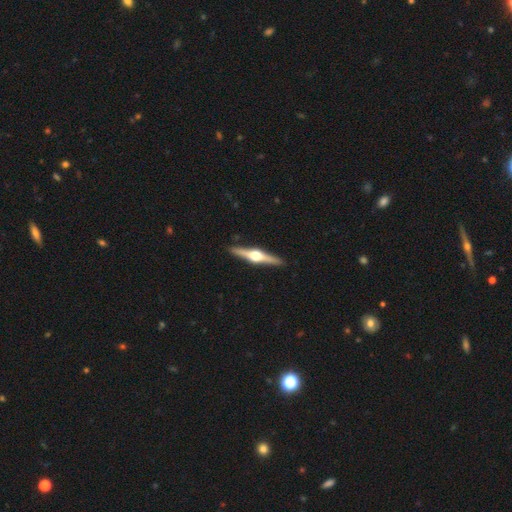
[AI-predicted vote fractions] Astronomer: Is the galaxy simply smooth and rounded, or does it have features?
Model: featured or disk — 81%.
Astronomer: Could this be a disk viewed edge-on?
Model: yes — 98%.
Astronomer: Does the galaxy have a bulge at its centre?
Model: rounded — 96%.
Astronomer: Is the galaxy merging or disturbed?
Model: none — 92%.